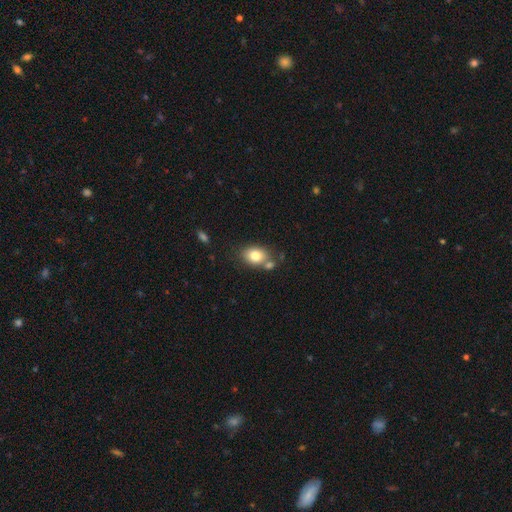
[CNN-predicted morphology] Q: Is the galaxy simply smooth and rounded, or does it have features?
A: smooth — 79%.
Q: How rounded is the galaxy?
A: in between — 64%.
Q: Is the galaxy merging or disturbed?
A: none — 59%.